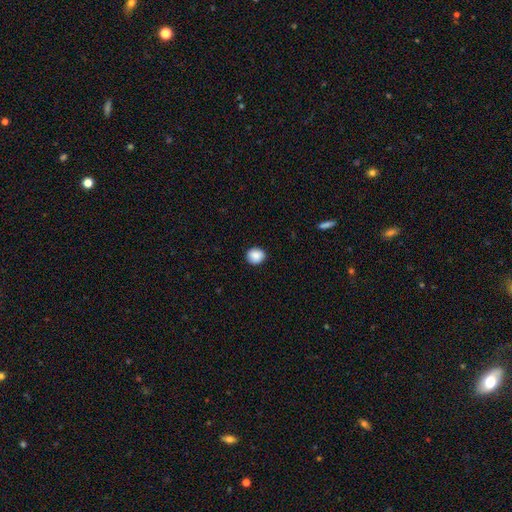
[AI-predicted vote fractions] smooth-or-featured: smooth: 87% | star or artifact: 8% | featured or disk: 4%
  how-rounded: round: 83% | in between: 16% | cigar-shaped: 1%
  merging: none: 89% | minor disturbance: 8% | major disturbance: 2% | merger: 1%